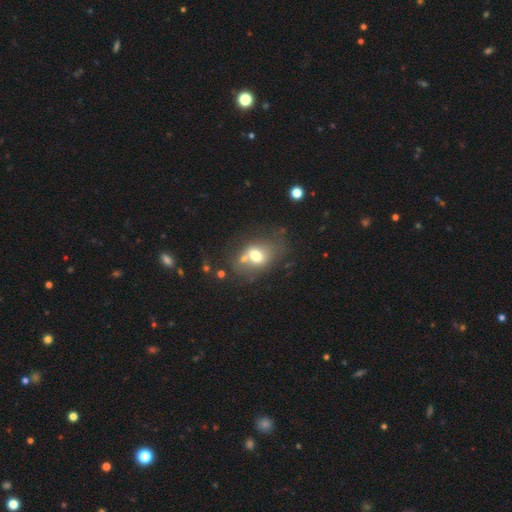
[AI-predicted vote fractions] A smooth galaxy with no disk features (63%) that is in between round and cigar-shaped (60%). Merging: none (41%).